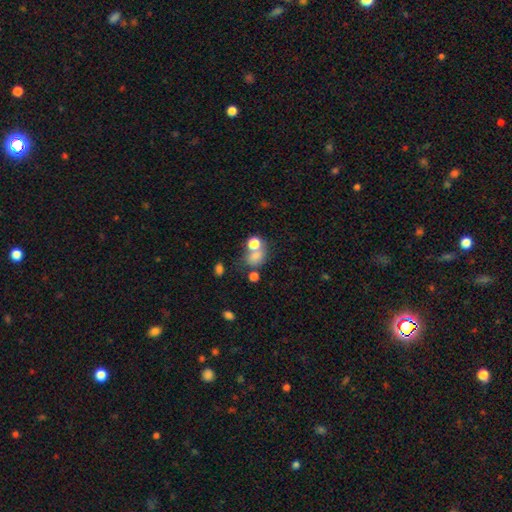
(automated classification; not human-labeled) Smooth or featured?
  - smooth: 71% *
  - star or artifact: 17%
  - featured or disk: 13%
How rounded?
  - round: 52% *
  - in between: 47%
  - cigar-shaped: 1%
Merging?
  - none: 37% *
  - merger: 36%
  - minor disturbance: 15%
  - major disturbance: 12%